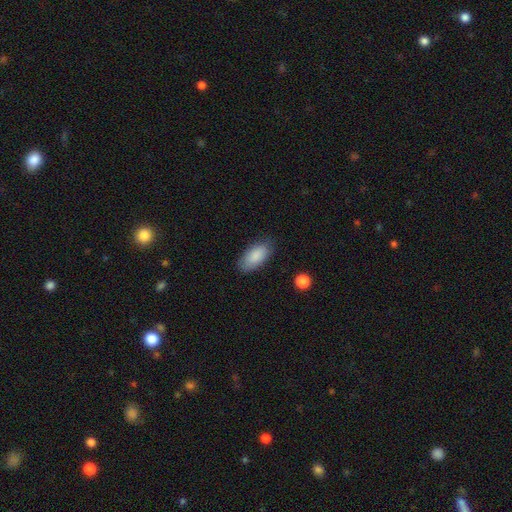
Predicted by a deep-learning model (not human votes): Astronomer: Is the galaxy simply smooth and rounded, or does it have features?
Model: smooth — 87%.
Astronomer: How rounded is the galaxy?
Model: in between — 90%.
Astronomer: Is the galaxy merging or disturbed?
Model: none — 82%.